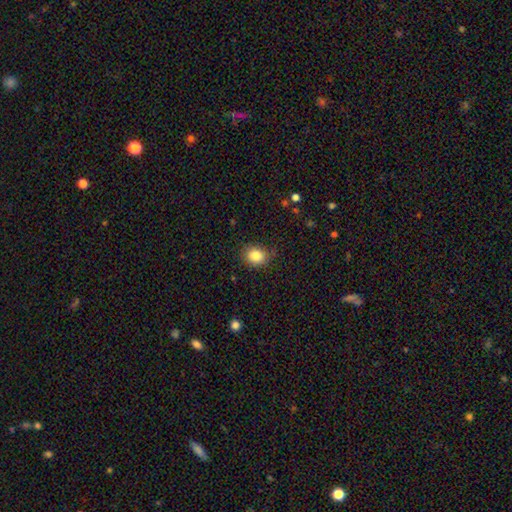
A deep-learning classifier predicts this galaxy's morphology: smooth-or-featured: smooth: 84% | star or artifact: 10% | featured or disk: 6%
  how-rounded: round: 61% | in between: 38% | cigar-shaped: 1%
  merging: none: 81% | minor disturbance: 15% | major disturbance: 3% | merger: 1%